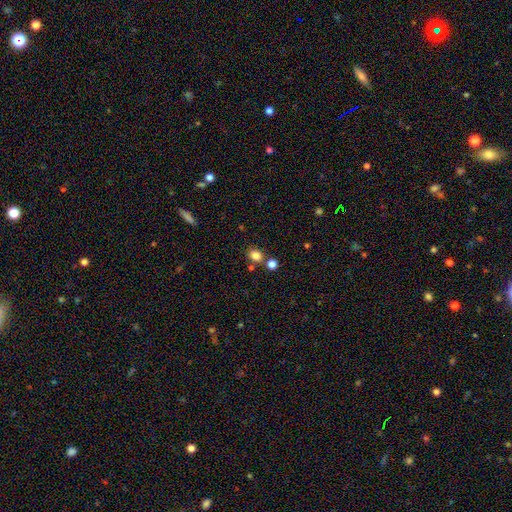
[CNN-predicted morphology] A smooth galaxy with no disk features (82%) that is round (63%). Merging: none (72%).